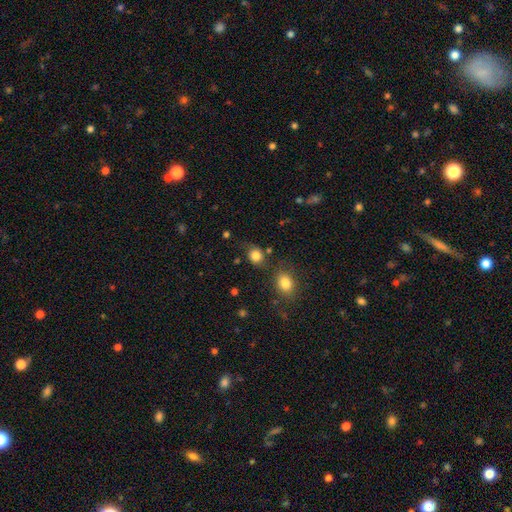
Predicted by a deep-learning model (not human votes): A smooth galaxy with no disk features (83%) that is round (69%).

Vote fractions:
- Smooth or featured? smooth: 83% / star or artifact: 11% / featured or disk: 6%
- How rounded? round: 69% / in between: 30% / cigar-shaped: 1%
- Merging? none: 66% / minor disturbance: 19% / merger: 8% / major disturbance: 7%